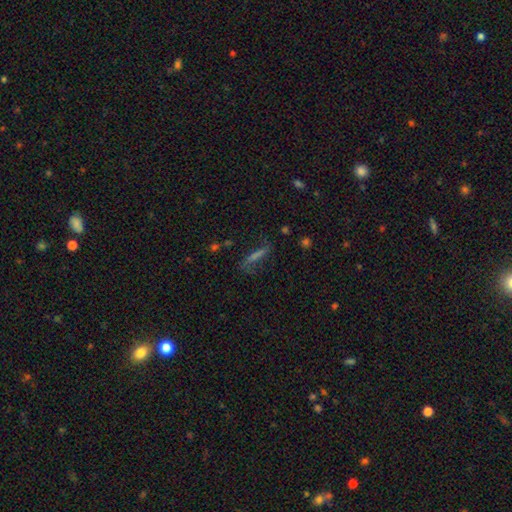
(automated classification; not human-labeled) featured or disk 44%, smooth 36%, star or artifact 20%. Down the decision tree: merging — none (65%).